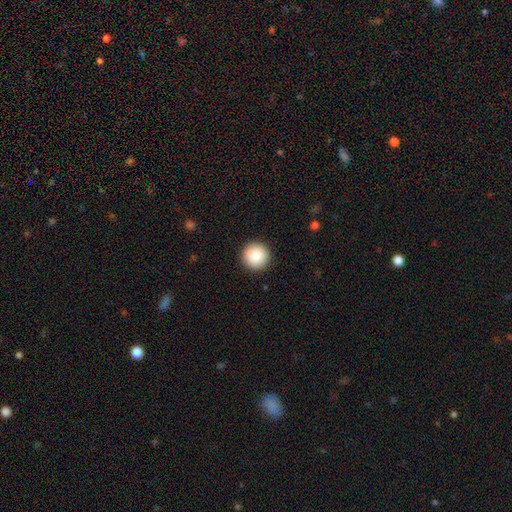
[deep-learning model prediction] Smooth or featured: smooth — 86% (star or artifact — 8%)
How rounded: round — 96% (in between — 3%)
Merging: none — 93% (minor disturbance — 5%)